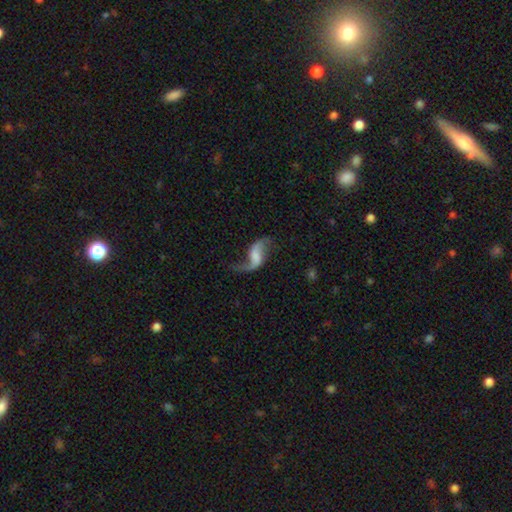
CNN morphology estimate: smooth_or_featured: featured or disk (p=0.83) [alt: smooth p=0.11]
disk_edge_on: no (p=0.97) [alt: yes p=0.03]
bar: weak (p=0.43) [alt: no p=0.36]
has_spiral_arms: yes (p=0.94) [alt: no p=0.06]
spiral_winding: loose (p=0.89) [alt: medium p=0.08]
spiral_arm_count: 2 (p=0.87) [alt: 1 p=0.09]
bulge_size: none (p=0.50) [alt: small p=0.20]
merging: none (p=0.60) [alt: major disturbance p=0.18]